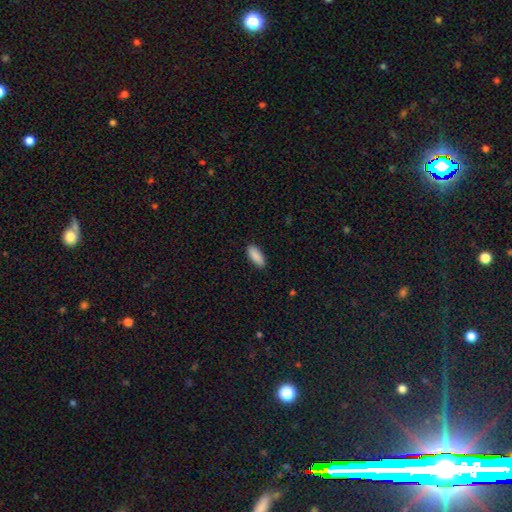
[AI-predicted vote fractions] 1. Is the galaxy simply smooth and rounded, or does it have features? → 90% smooth, 6% star or artifact, 4% featured or disk.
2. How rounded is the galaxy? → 78% in between, 21% cigar-shaped, 2% round.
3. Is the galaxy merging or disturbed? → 88% none, 9% minor disturbance, 2% major disturbance, 1% merger.